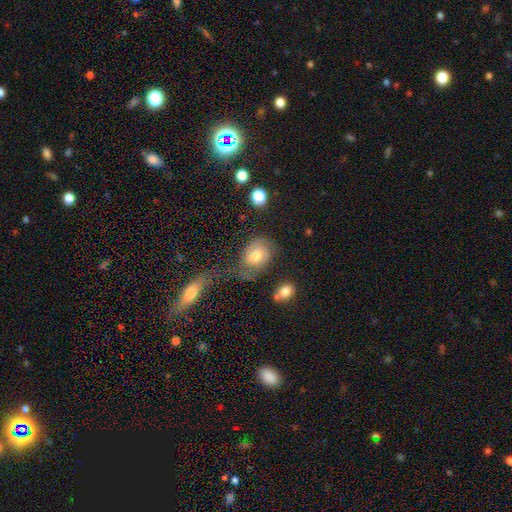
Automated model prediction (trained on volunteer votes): The model was most divided on "smooth or featured": smooth: 48%, featured or disk: 42%, star or artifact: 10%. Remaining: merging — none (42%).